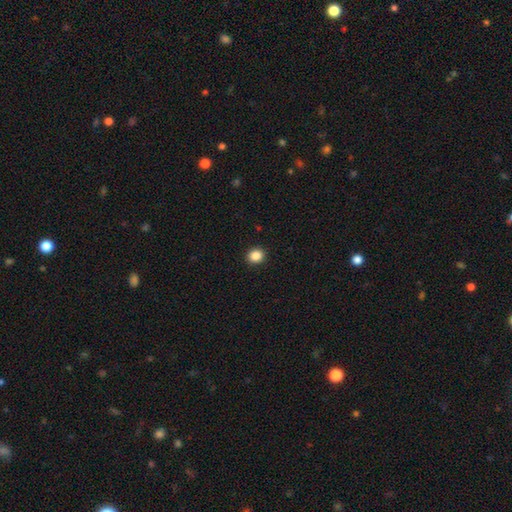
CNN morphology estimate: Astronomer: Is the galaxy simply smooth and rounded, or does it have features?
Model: smooth — 87%.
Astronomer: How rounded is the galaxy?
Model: round — 78%.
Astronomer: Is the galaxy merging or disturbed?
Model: none — 93%.